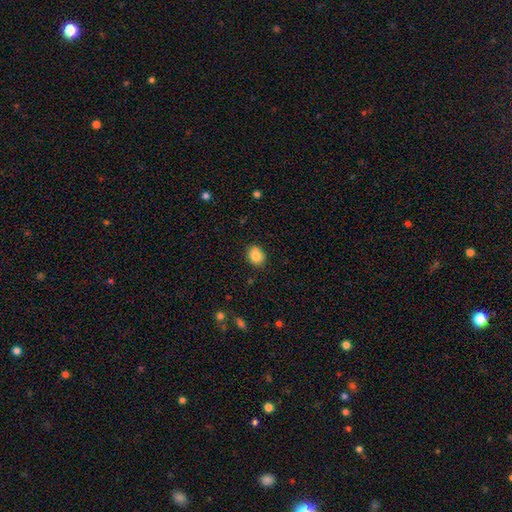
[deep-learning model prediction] A smooth galaxy with no disk features (85%) that is in between round and cigar-shaped (52%).

Vote fractions:
- Smooth or featured? smooth: 85% / star or artifact: 9% / featured or disk: 6%
- How rounded? in between: 52% / round: 47% / cigar-shaped: 1%
- Merging? none: 85% / minor disturbance: 11% / major disturbance: 2% / merger: 1%